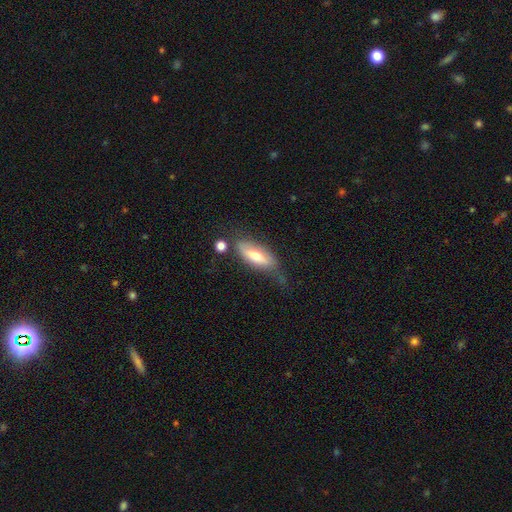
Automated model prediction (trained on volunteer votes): The model was most divided on "merging": none: 49%, minor disturbance: 30%, major disturbance: 14%, merger: 7%. More confident: how rounded — in between (66%); smooth or featured — smooth (58%).